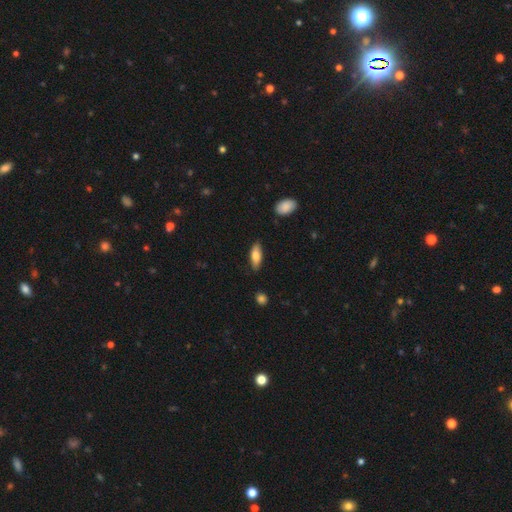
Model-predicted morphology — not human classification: smooth 77%, featured or disk 17%, star or artifact 6%. Down the decision tree: how rounded — in between (72%); merging — none (83%).